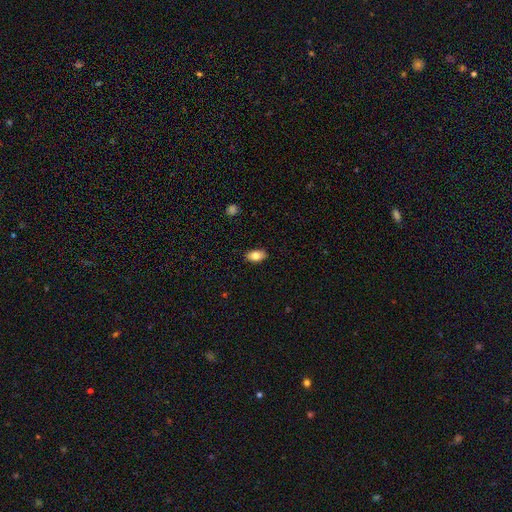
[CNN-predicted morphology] type=smooth (79%); roundness=in between (91%); merging=none (87%).